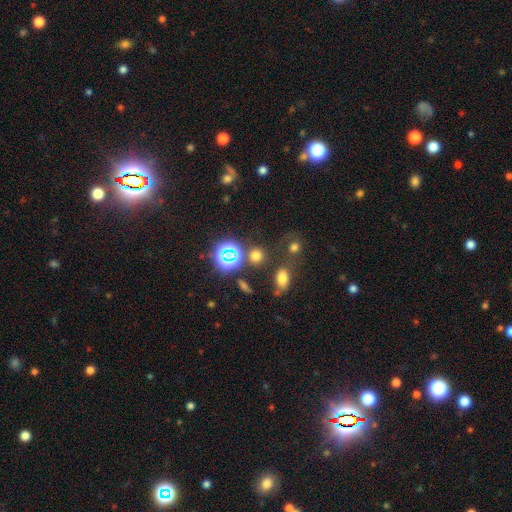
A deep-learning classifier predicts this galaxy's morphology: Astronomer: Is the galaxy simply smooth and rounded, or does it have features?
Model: smooth — 59%.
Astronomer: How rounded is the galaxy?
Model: round — 79%.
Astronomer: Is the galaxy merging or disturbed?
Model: none — 73%.